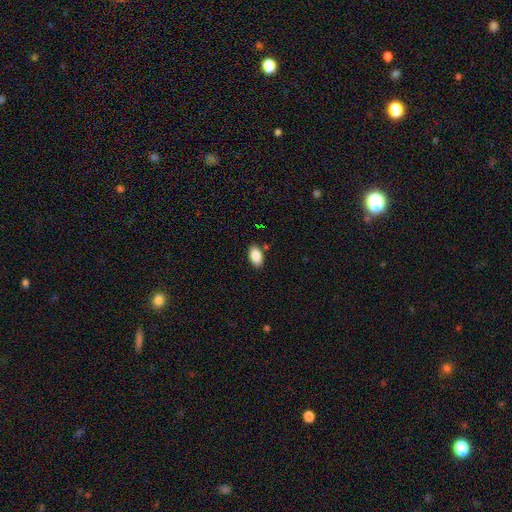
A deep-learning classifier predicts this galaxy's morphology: type=smooth (87%); roundness=in between (93%); merging=none (85%).